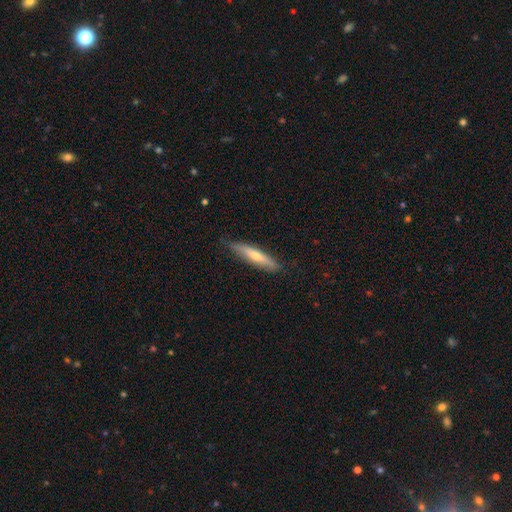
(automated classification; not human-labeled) smooth-or-featured: featured or disk: 48% | smooth: 45% | star or artifact: 7%
  merging: none: 84% | minor disturbance: 13% | major disturbance: 2% | merger: 1%